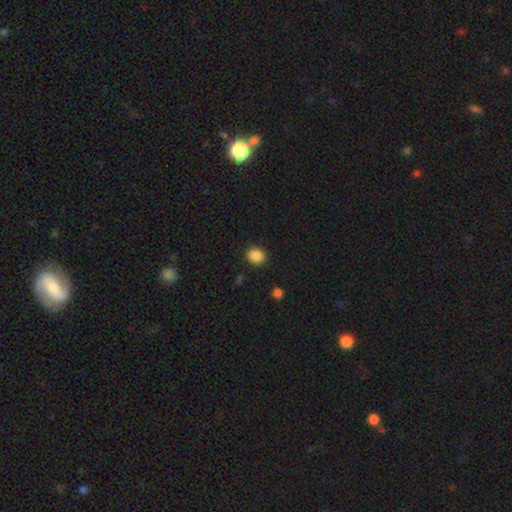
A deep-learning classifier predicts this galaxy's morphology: Smooth or featured? smooth (88%)
How rounded? round (64%)
Merging? none (89%)